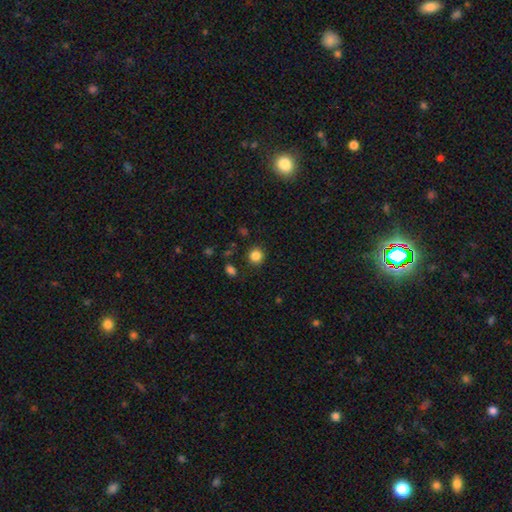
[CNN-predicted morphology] type=smooth (85%); roundness=round (92%); merging=none (89%).